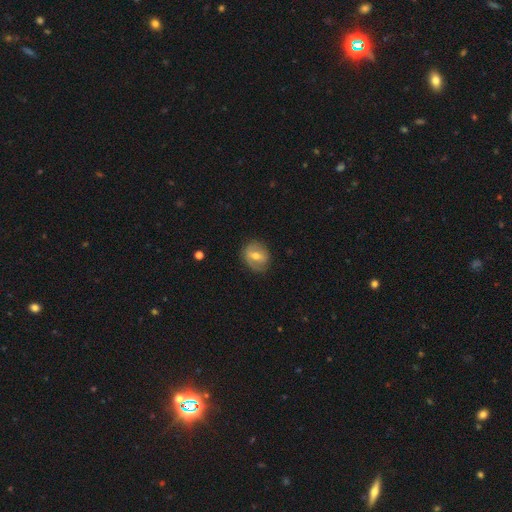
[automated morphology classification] Smooth or featured? Predicted: featured or disk (p=0.48). Merging? Predicted: none (p=0.75).